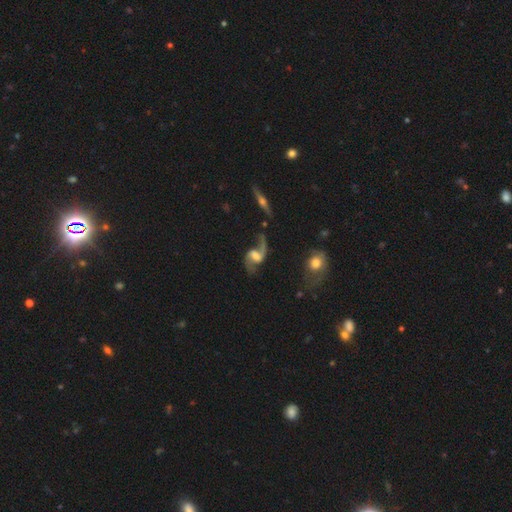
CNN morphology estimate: Smooth or featured? featured or disk (89%)
Edge-on disk? no (97%)
Bar? weak (53%)
Spiral arms? yes (96%)
Spiral winding? loose (74%)
Spiral arm count? 2 (92%)
Bulge size? moderate (38%)
Merging? none (67%)